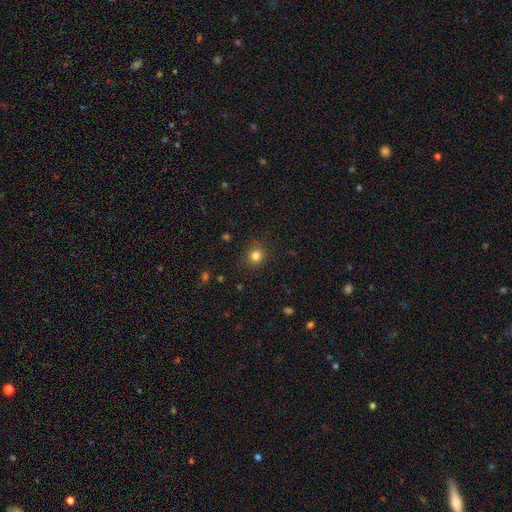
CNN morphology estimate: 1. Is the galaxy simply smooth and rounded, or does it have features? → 81% smooth, 13% star or artifact, 5% featured or disk.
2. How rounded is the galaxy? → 86% round, 13% in between, 1% cigar-shaped.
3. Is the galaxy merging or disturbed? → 88% none, 8% minor disturbance, 3% major disturbance, 1% merger.